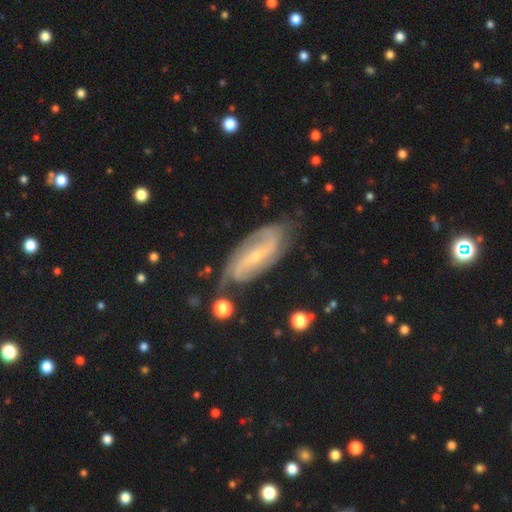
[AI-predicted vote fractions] A featured or disk galaxy (84%) with a weak bar (38%), 2 (74%) medium (42%) spiral arms (95%) and a small central bulge (78%). Merging: none (71%).